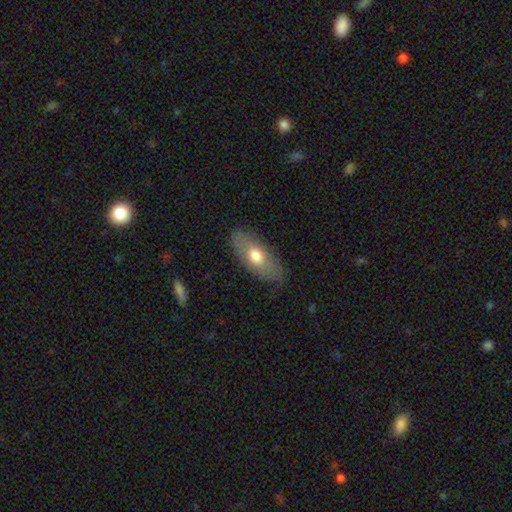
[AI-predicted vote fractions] Q: Smooth or featured?
A: smooth (65%); runner-up: featured or disk (28%)
Q: How rounded?
A: in between (85%); runner-up: cigar-shaped (11%)
Q: Merging?
A: none (81%); runner-up: minor disturbance (14%)